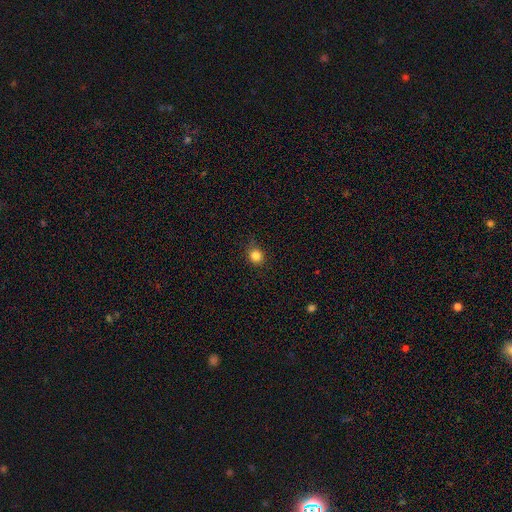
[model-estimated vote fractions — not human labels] The model was most divided on "smooth or featured": smooth: 83%, star or artifact: 12%, featured or disk: 4%. More confident: merging — none (86%); how rounded — round (85%).